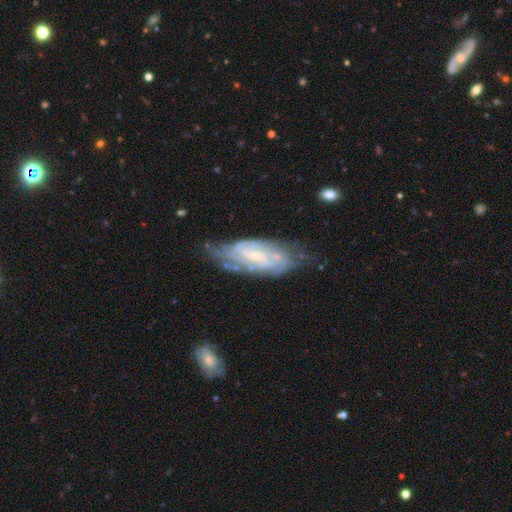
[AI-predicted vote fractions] This is clearly a featured or disk galaxy (81%). It is clearly not viewed edge-on (92%). Bar: possibly weak (46%). Spiral arm pattern: clearly yes (91%). Spiral arm count: marginally can't tell (41%). Spiral winding: possibly tight (54%). Central bulge: likely small (70%). Merging: possibly none (58%).